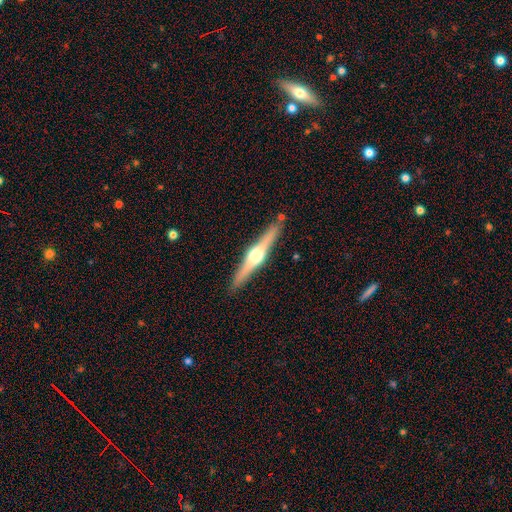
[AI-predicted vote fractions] Smooth or featured? Predicted: featured or disk (p=0.77). Edge-on disk? Predicted: yes (p=0.98). Edge-on bulge? Predicted: rounded (p=0.95). Merging? Predicted: none (p=0.89).